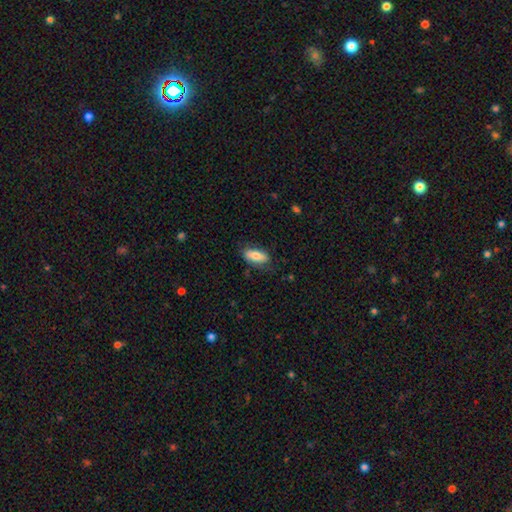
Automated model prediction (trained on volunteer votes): This appears to be a smooth galaxy with no disk features (72%) that is in between round and cigar-shaped (82%). Merging: none (75%).